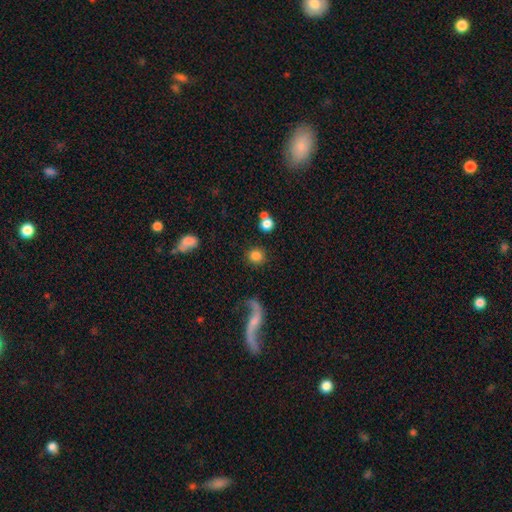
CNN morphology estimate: Q: Smooth or featured?
A: smooth (81%); runner-up: featured or disk (11%)
Q: How rounded?
A: round (92%); runner-up: in between (7%)
Q: Merging?
A: none (83%); runner-up: minor disturbance (7%)